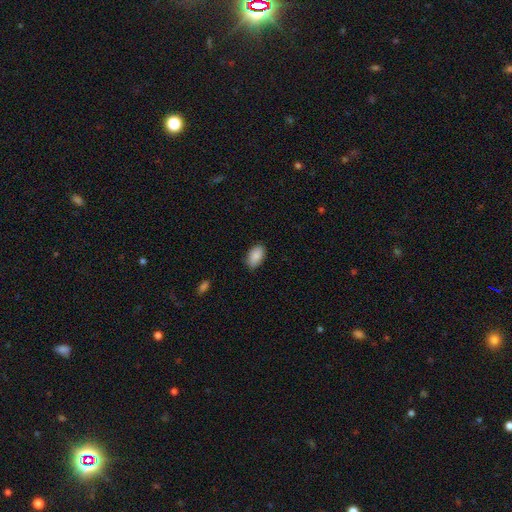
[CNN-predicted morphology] type=smooth (89%); roundness=in between (93%); merging=none (84%).